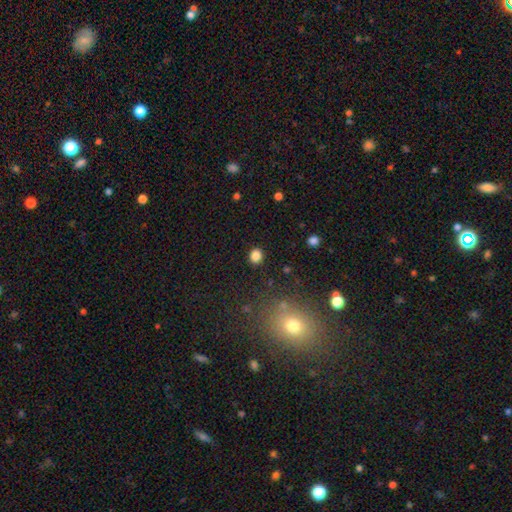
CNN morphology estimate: Overall: smooth (84%). How rounded: round (77%). Merging: none (90%).